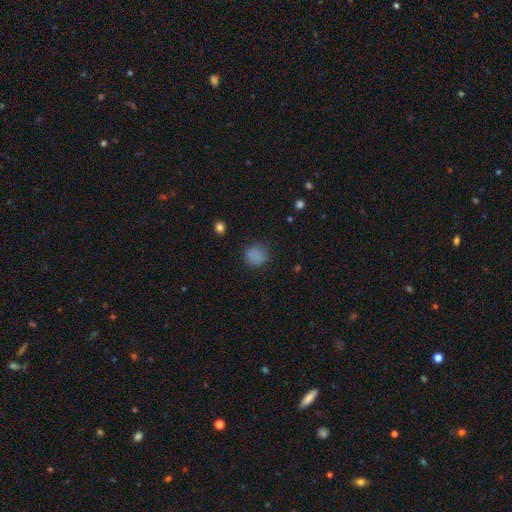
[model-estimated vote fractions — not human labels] Smooth or featured?
  - smooth: 82% *
  - star or artifact: 12%
  - featured or disk: 6%
How rounded?
  - round: 83% *
  - in between: 16%
  - cigar-shaped: 1%
Merging?
  - none: 77% *
  - minor disturbance: 16%
  - major disturbance: 6%
  - merger: 1%